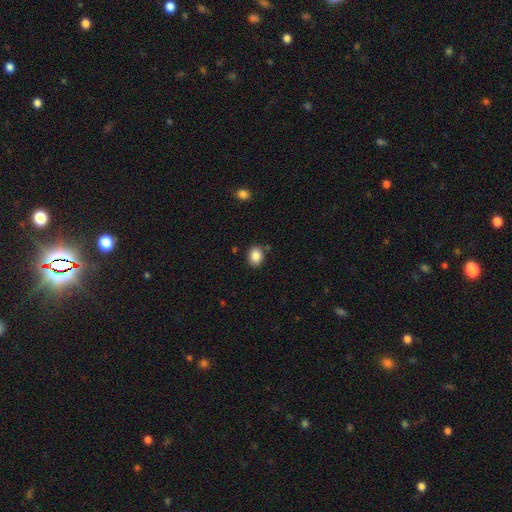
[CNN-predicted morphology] This is clearly a smooth galaxy (86%). How rounded: possibly round (51%). Merging: clearly none (84%).